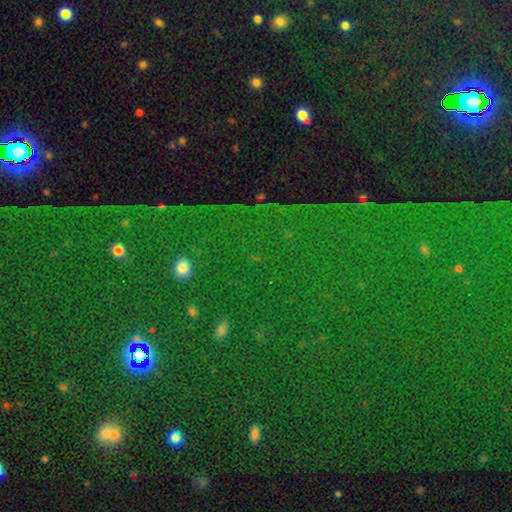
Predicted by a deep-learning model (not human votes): smooth-or-featured: star or artifact: 84% | smooth: 9% | featured or disk: 7%